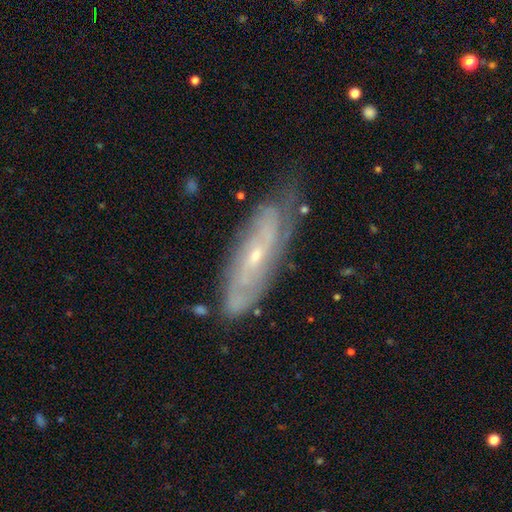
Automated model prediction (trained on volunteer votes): This is likely a featured or disk galaxy (78%). It is likely not viewed edge-on (79%). Bar: likely no (60%). Spiral arm pattern: clearly yes (88%). Spiral arm count: possibly can't tell (49%). Spiral winding: possibly tight (58%). Central bulge: likely small (74%). Merging: likely none (69%).